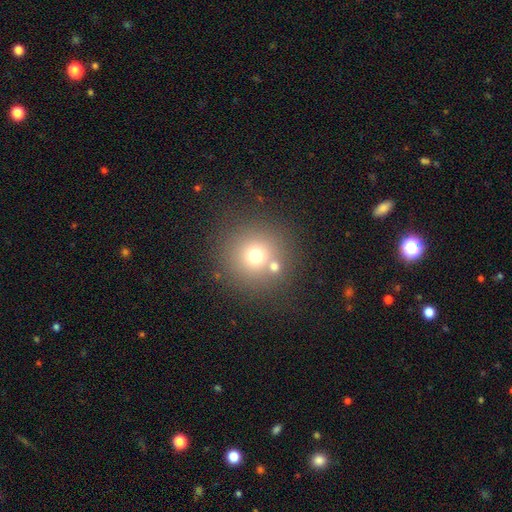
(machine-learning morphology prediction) A smooth galaxy with no disk features (68%) that is round (93%).

Vote fractions:
- Smooth or featured? smooth: 68% / star or artifact: 18% / featured or disk: 14%
- How rounded? round: 93% / in between: 6% / cigar-shaped: 1%
- Merging? none: 71% / merger: 16% / minor disturbance: 9% / major disturbance: 4%